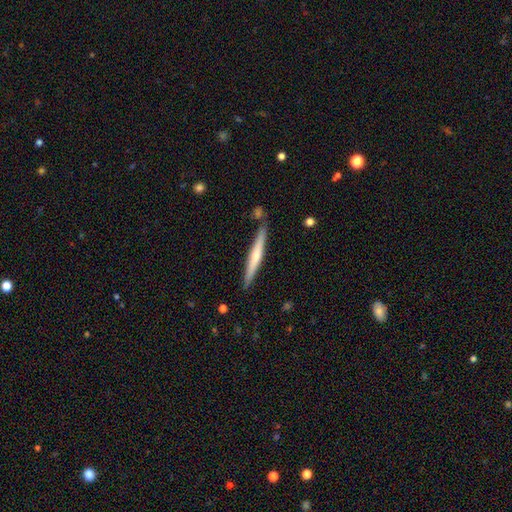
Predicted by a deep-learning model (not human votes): A featured or disk galaxy (49%).

Vote fractions:
- Smooth or featured? featured or disk: 49% / smooth: 46% / star or artifact: 5%
- Merging? none: 84% / minor disturbance: 10% / merger: 4% / major disturbance: 2%